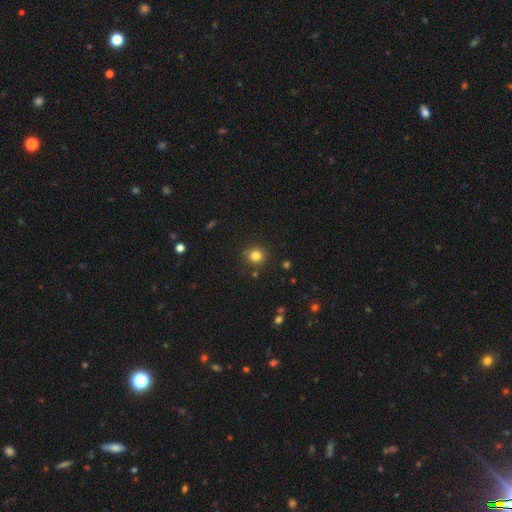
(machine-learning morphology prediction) Smooth or featured? Predicted: smooth (p=0.81). How rounded? Predicted: round (p=0.90). Merging? Predicted: none (p=0.86).